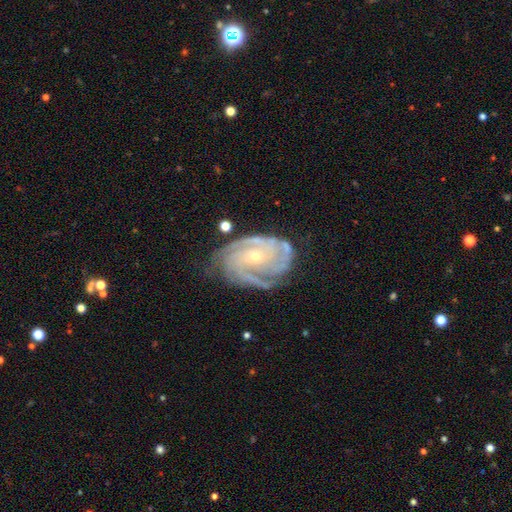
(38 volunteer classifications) A featured or disk galaxy (92%) with no bar (68%), 2 (40%, tied with 3) tight (57%) spiral arms (97%) and a small central bulge (87%).

Vote fractions:
- Smooth or featured? featured or disk: 92% / star or artifact: 5% / smooth: 3%
- Edge-on disk? no: 89% / yes: 11%
- Bar? no: 68% / weak: 29% / strong: 3%
- Spiral arms? yes: 97% / no: 3%
- Spiral winding? tight: 57% / medium: 37% / loose: 7%
- Spiral arm count? 2: 40% (tied) / 3: 40% (tied) / can't tell: 13% / 4: 7% / 1: 0% / more than 4: 0%
- Bulge size? small: 87% / moderate: 13% / dominant: 0% / large: 0% / none: 0%
- Merging? none: 64% / minor disturbance: 28% / major disturbance: 8% / merger: 0%